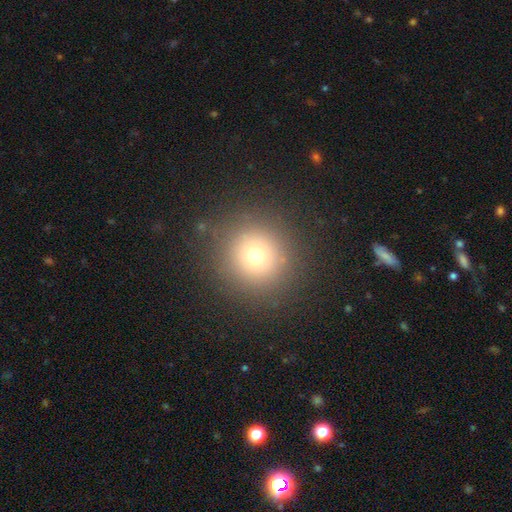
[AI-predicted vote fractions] A smooth galaxy with no disk features (71%) that is round (94%). Merging: none (88%).